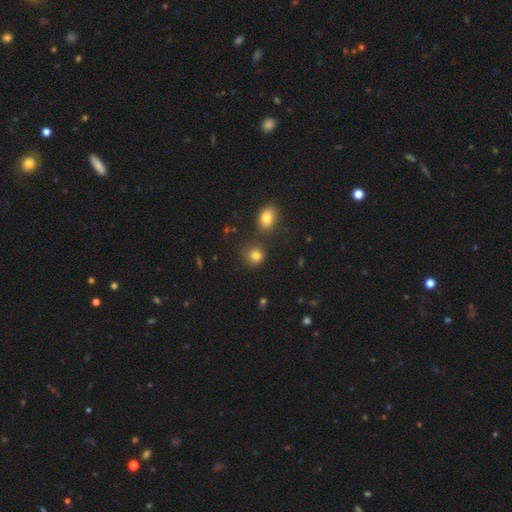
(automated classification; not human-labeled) Smooth or featured: smooth — 81% (star or artifact — 13%)
How rounded: round — 85% (in between — 13%)
Merging: none — 79% (minor disturbance — 9%)